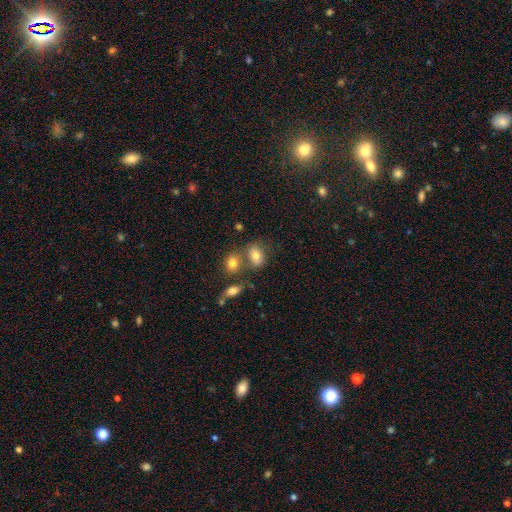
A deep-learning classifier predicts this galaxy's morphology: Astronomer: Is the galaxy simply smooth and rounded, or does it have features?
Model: smooth — 75%.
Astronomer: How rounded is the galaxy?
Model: in between — 74%.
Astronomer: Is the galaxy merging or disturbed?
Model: none — 51% (runner-up: merger, 30%).